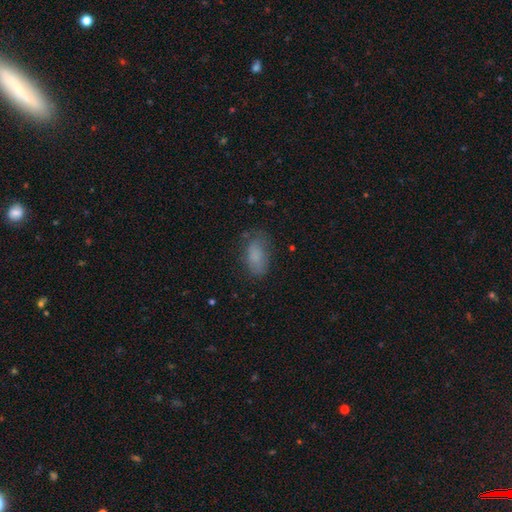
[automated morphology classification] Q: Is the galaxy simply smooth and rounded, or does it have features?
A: smooth — 78%.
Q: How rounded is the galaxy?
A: in between — 91%.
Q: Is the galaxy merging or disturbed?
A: none — 61%.